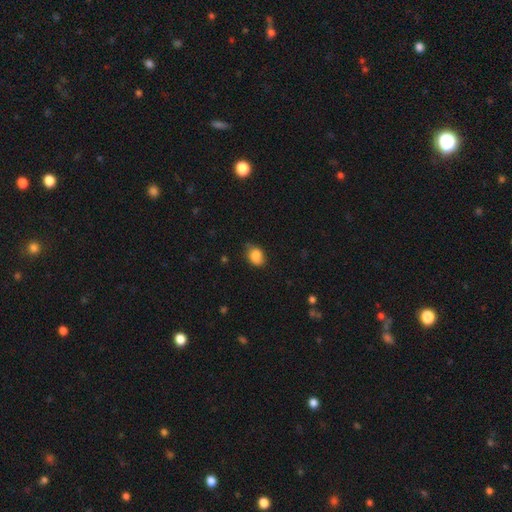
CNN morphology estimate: A smooth galaxy with no disk features (85%) that is in between round and cigar-shaped (66%). Merging: none (64%).